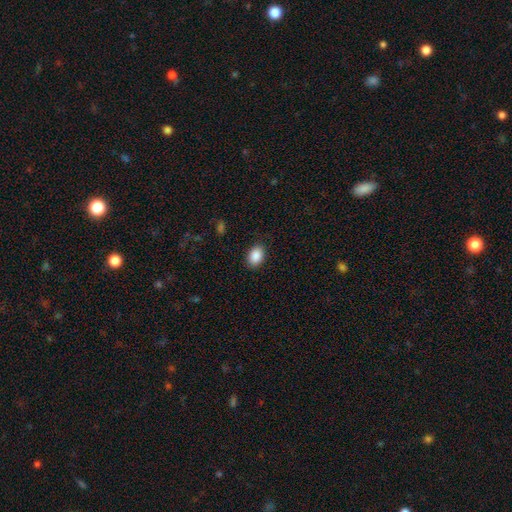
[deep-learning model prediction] smooth 89%, star or artifact 7%, featured or disk 4%. Down the decision tree: how rounded — in between (81%); merging — none (86%).